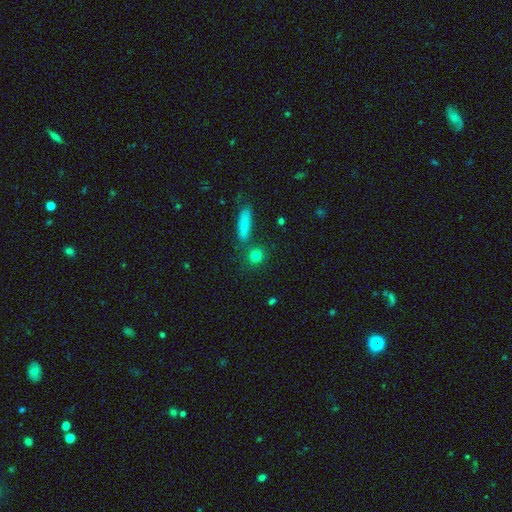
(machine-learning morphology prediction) Smooth or featured? smooth (81%)
How rounded? round (78%)
Merging? none (78%)